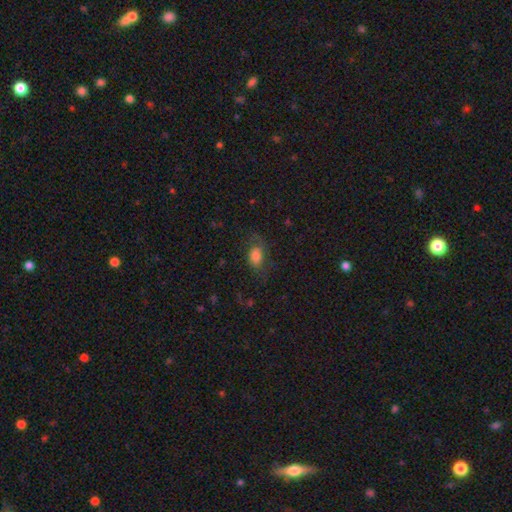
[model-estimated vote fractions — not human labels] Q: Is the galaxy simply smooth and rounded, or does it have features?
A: smooth — 73%.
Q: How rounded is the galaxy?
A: in between — 84%.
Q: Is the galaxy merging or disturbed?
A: none — 58%.